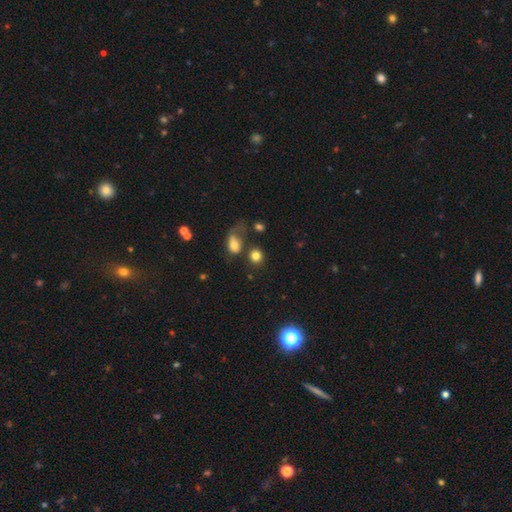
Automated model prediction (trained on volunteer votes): Smooth or featured? smooth (80%)
How rounded? round (76%)
Merging? none (61%)